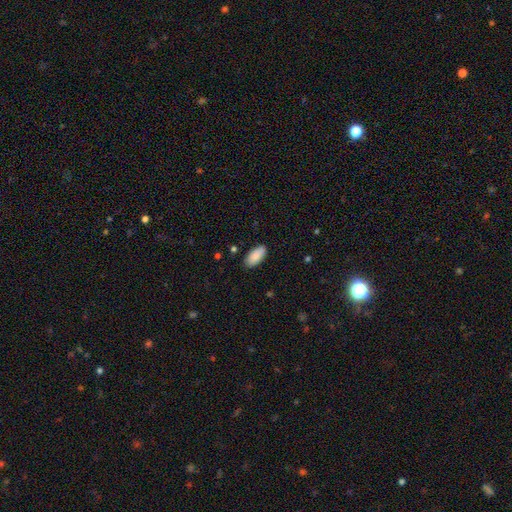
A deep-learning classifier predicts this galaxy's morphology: Q: Smooth or featured?
A: smooth (88%); runner-up: star or artifact (6%)
Q: How rounded?
A: in between (92%); runner-up: cigar-shaped (6%)
Q: Merging?
A: none (87%); runner-up: minor disturbance (10%)